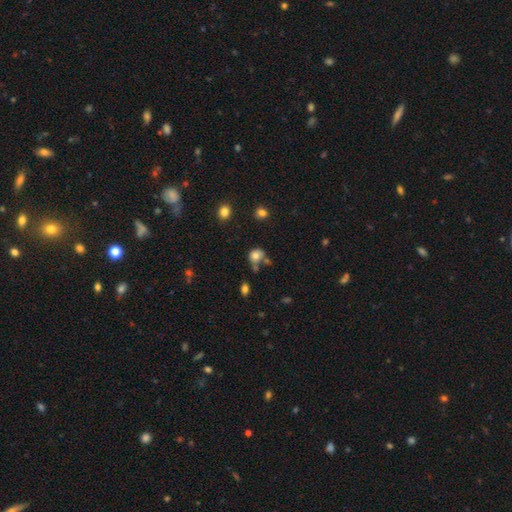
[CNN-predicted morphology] Q: Smooth or featured?
A: smooth (76%); runner-up: star or artifact (12%)
Q: How rounded?
A: round (66%); runner-up: in between (33%)
Q: Merging?
A: none (50%); runner-up: minor disturbance (21%)